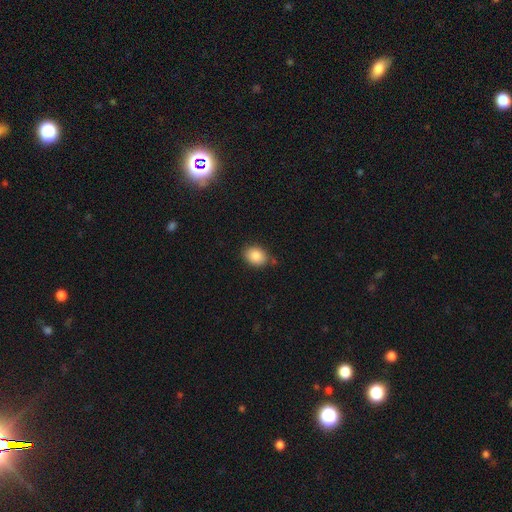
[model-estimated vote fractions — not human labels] smooth 86%, star or artifact 8%, featured or disk 5%. Down the decision tree: how rounded — in between (65%); merging — none (80%).